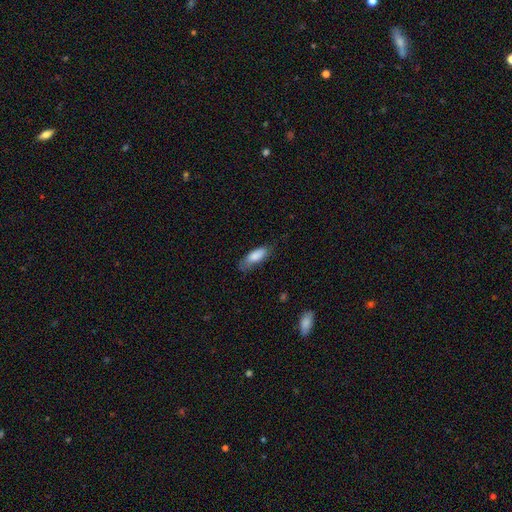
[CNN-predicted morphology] A smooth galaxy with no disk features (81%) that is in between round and cigar-shaped (71%). Merging: none (58%).